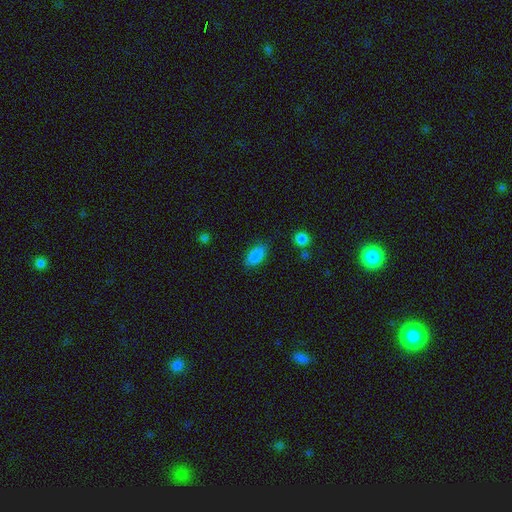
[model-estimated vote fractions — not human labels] A smooth galaxy with no disk features (88%) that is in between round and cigar-shaped (91%).

Vote fractions:
- Smooth or featured? smooth: 88% / star or artifact: 8% / featured or disk: 4%
- How rounded? in between: 91% / cigar-shaped: 6% / round: 4%
- Merging? none: 81% / minor disturbance: 14% / major disturbance: 4% / merger: 2%